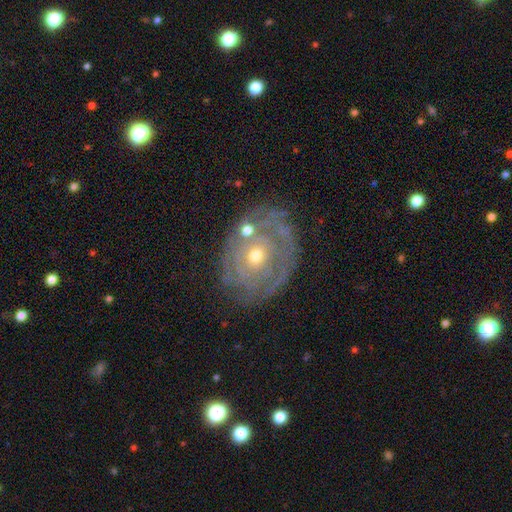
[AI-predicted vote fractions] A featured or disk galaxy (79%) with no bar (83%), tight (78%) spiral arms (76%) and a small central bulge (48%, tied with moderate). Merging: none (66%).